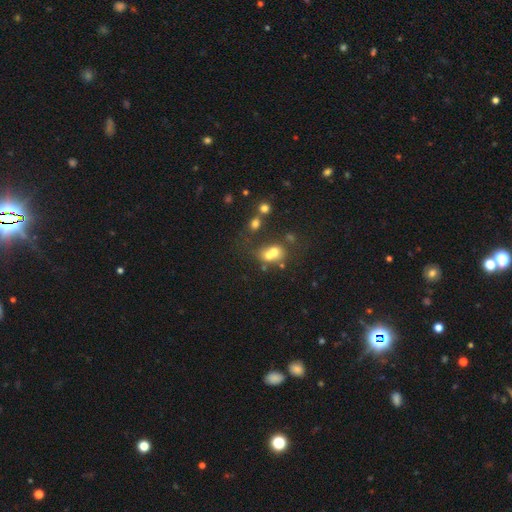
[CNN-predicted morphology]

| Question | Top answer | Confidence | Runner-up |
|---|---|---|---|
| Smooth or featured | smooth | 49% | star or artifact (32%) |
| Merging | none | 45% | merger (28%) |